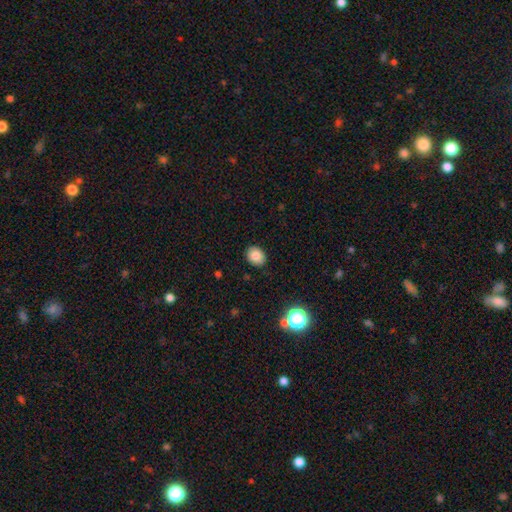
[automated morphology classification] smooth 83%, star or artifact 10%, featured or disk 7%. Down the decision tree: how rounded — round (53%); merging — none (88%).